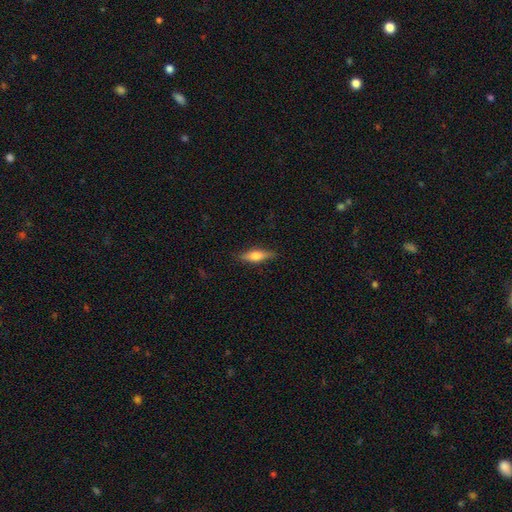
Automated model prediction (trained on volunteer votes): smooth_or_featured: smooth (p=0.59) [alt: featured or disk p=0.35]
how_rounded: cigar-shaped (p=0.54) [alt: in between p=0.44]
merging: none (p=0.85) [alt: minor disturbance p=0.12]